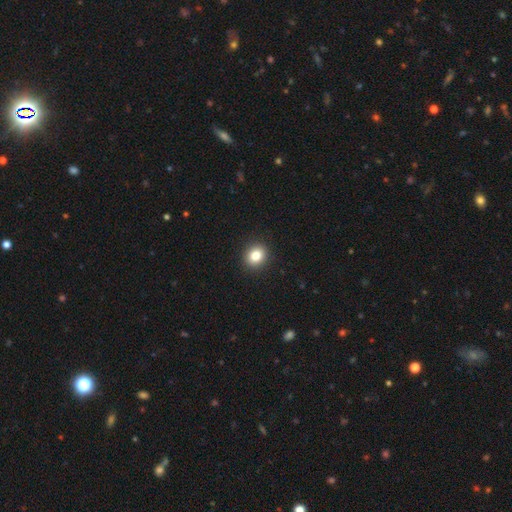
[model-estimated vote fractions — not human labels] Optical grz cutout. It shows a smooth galaxy with no disk features (83%) that is round (74%). Merging: none (92%).